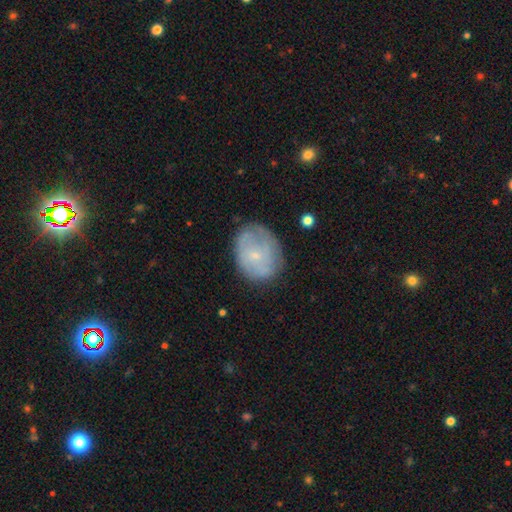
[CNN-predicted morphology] Overall: smooth (50%; featured or disk 42%). How rounded: in between (56%; round 43%). Merging: none (67%).